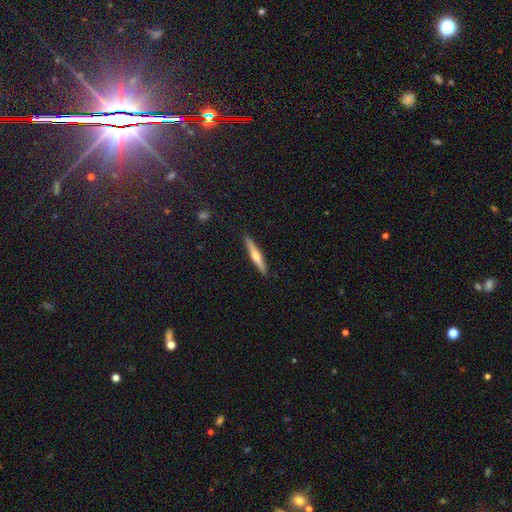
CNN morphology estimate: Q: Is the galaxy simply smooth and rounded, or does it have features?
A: featured or disk — 61%.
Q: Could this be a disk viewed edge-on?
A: yes — 97%.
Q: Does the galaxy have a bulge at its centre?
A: rounded — 89%.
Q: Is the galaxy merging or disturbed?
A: none — 91%.